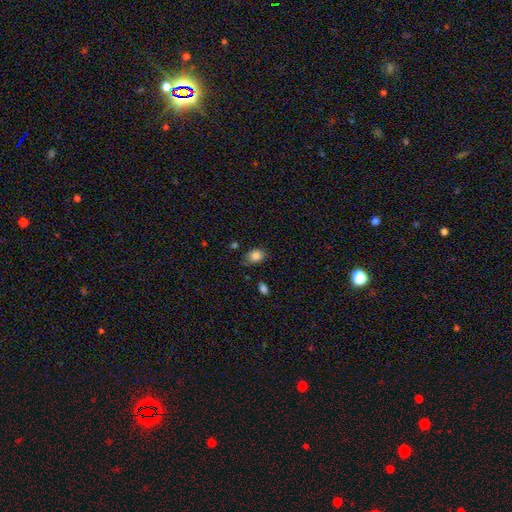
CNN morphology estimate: Smooth or featured? Predicted: smooth (p=0.85). How rounded? Predicted: in between (p=0.64). Merging? Predicted: none (p=0.77).